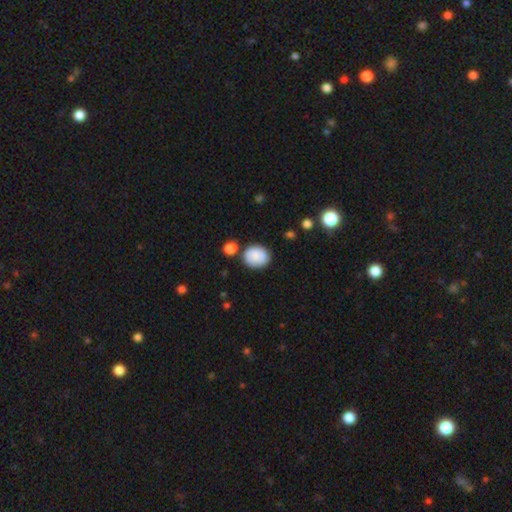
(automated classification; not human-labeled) A smooth galaxy with no disk features (81%) that is round (66%).

Vote fractions:
- Smooth or featured? smooth: 81% / featured or disk: 11% / star or artifact: 8%
- How rounded? round: 66% / in between: 33% / cigar-shaped: 1%
- Merging? none: 71% / minor disturbance: 16% / merger: 9% / major disturbance: 4%